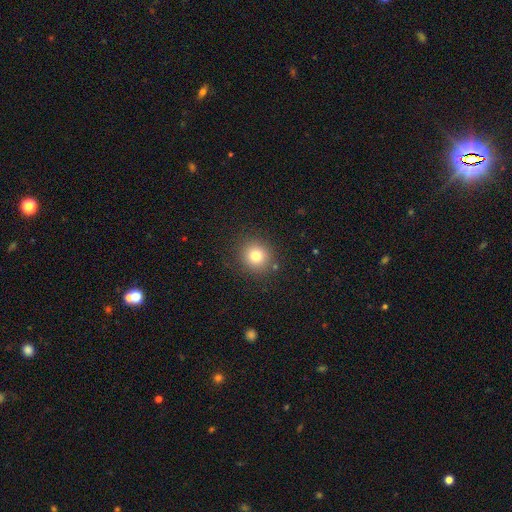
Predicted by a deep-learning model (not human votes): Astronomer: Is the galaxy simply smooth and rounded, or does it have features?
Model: smooth — 78%.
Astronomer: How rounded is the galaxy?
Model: round — 89%.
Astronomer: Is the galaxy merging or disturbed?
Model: none — 87%.